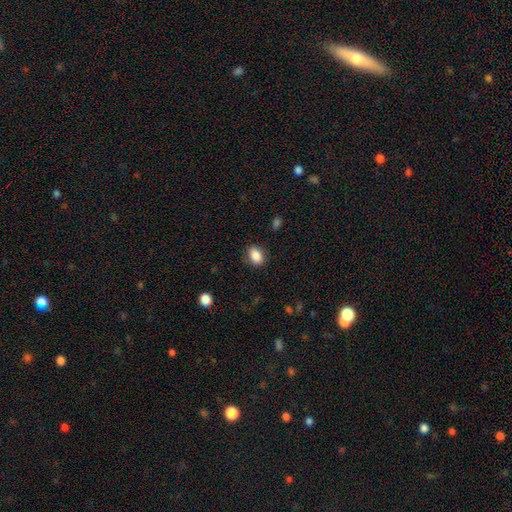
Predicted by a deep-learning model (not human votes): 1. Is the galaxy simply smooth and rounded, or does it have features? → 87% smooth, 8% star or artifact, 4% featured or disk.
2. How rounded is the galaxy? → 78% in between, 20% round, 1% cigar-shaped.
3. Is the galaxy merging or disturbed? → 83% none, 12% minor disturbance, 3% major disturbance, 1% merger.